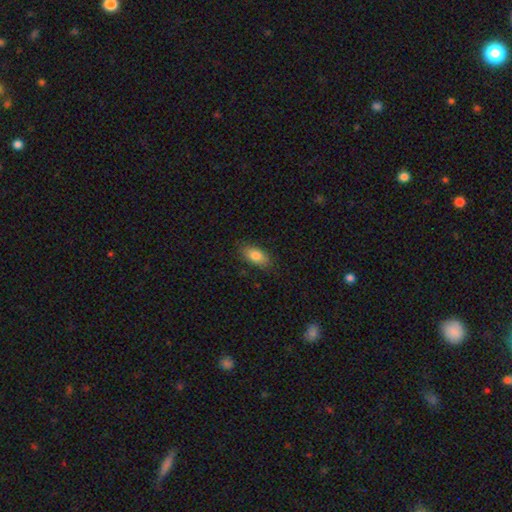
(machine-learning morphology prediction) Smooth or featured? smooth (82%)
How rounded? in between (89%)
Merging? none (83%)